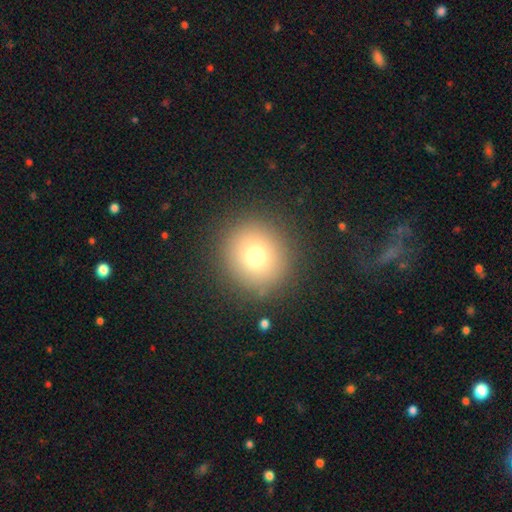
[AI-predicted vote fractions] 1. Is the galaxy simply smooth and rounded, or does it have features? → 74% smooth, 14% star or artifact, 11% featured or disk.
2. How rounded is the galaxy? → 92% round, 7% in between, 1% cigar-shaped.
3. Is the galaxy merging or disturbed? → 89% none, 7% minor disturbance, 3% major disturbance, 1% merger.